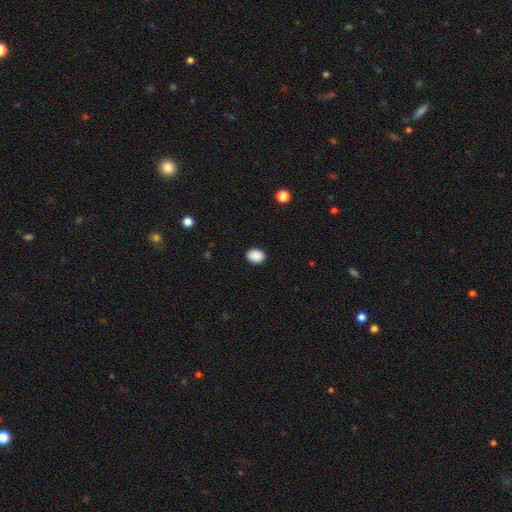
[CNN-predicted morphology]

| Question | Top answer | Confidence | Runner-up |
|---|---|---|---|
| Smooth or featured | smooth | 90% | star or artifact (8%) |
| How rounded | in between | 61% | round (38%) |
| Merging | none | 89% | minor disturbance (8%) |